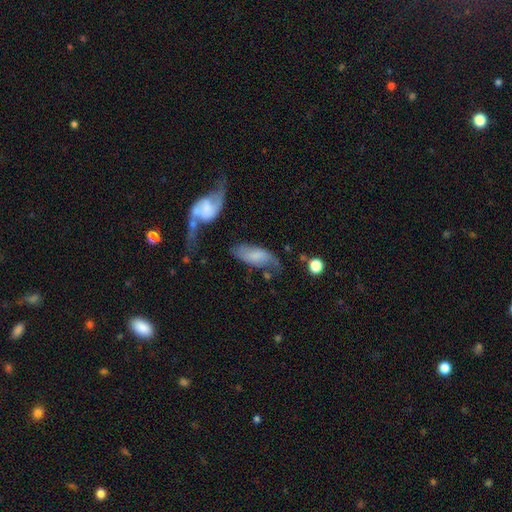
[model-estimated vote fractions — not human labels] Smooth or featured: smooth — 58% (featured or disk — 35%)
How rounded: in between — 80% (cigar-shaped — 17%)
Merging: none — 48% (minor disturbance — 27%)